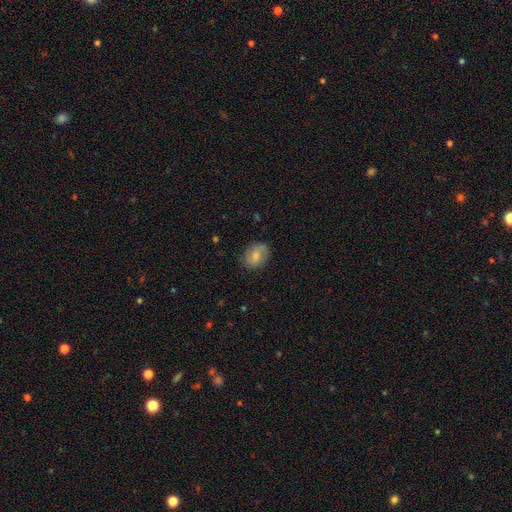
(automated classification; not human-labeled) A smooth galaxy with no disk features (67%) that is in between round and cigar-shaped (62%). Merging: none (81%).